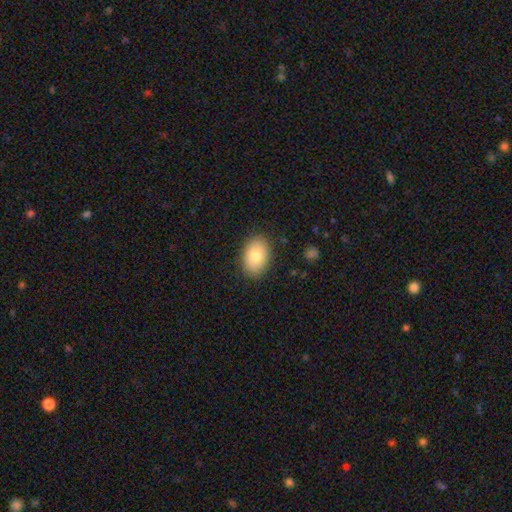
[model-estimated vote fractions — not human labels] smooth-or-featured: smooth: 79% | featured or disk: 13% | star or artifact: 8%
  how-rounded: in between: 82% | round: 17% | cigar-shaped: 1%
  merging: none: 87% | minor disturbance: 10% | major disturbance: 2% | merger: 1%